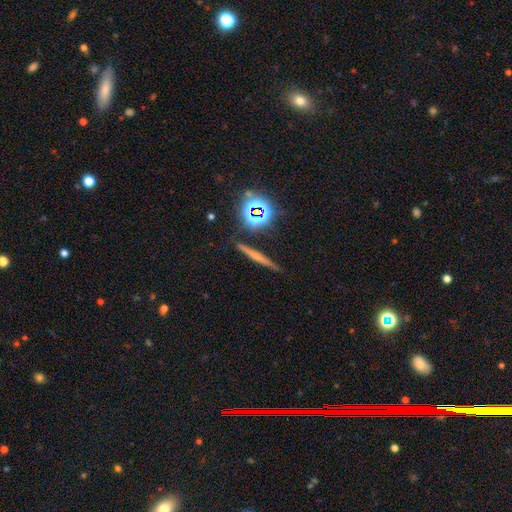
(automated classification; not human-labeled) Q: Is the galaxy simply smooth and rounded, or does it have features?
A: smooth — 42%.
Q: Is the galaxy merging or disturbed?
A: none — 85%.